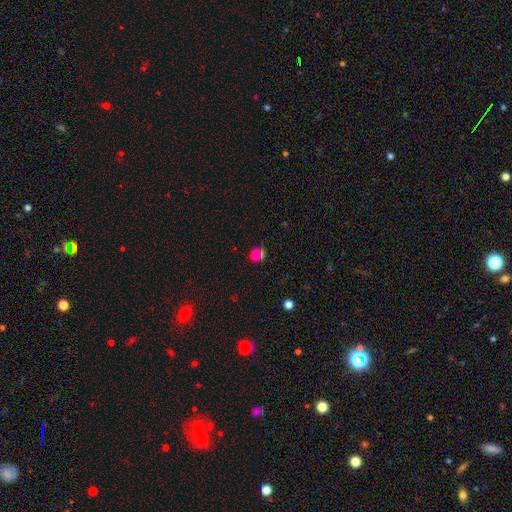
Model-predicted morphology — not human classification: smooth-or-featured: smooth: 74% | star or artifact: 16% | featured or disk: 10%
  how-rounded: round: 77% | in between: 22% | cigar-shaped: 1%
  merging: none: 57% | merger: 19% | minor disturbance: 17% | major disturbance: 7%